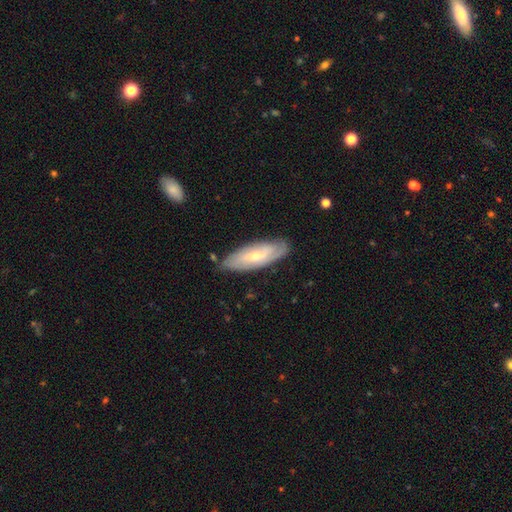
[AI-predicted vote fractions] featured or disk 62%, smooth 32%, star or artifact 6%. Down the decision tree: edge-on disk — no (78%); merging — none (80%).